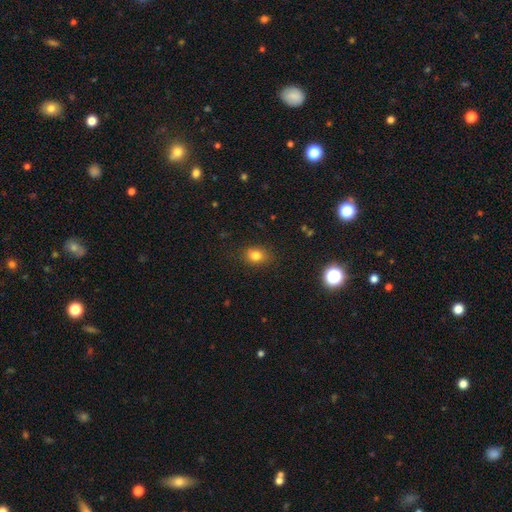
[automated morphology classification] This appears to be a smooth galaxy with no disk features (80%) that is in between round and cigar-shaped (57%). Merging: none (82%).